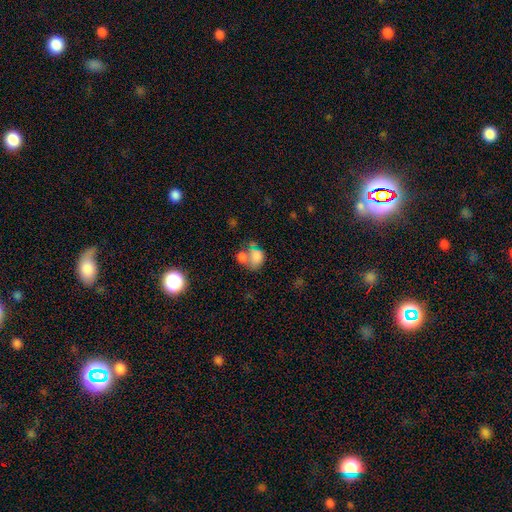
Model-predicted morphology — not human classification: smooth_or_featured: smooth (p=0.74) [alt: featured or disk p=0.15]
how_rounded: in between (p=0.57) [alt: round p=0.42]
merging: merger (p=0.54) [alt: none p=0.25]